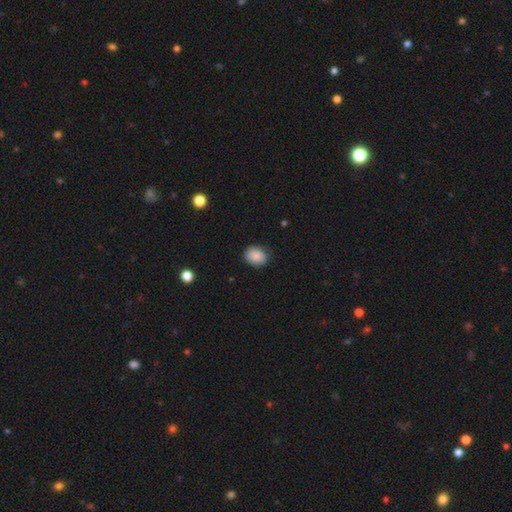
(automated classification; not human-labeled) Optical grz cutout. It shows a smooth galaxy with no disk features (88%) that is in between round and cigar-shaped (50%). Merging: none (81%).